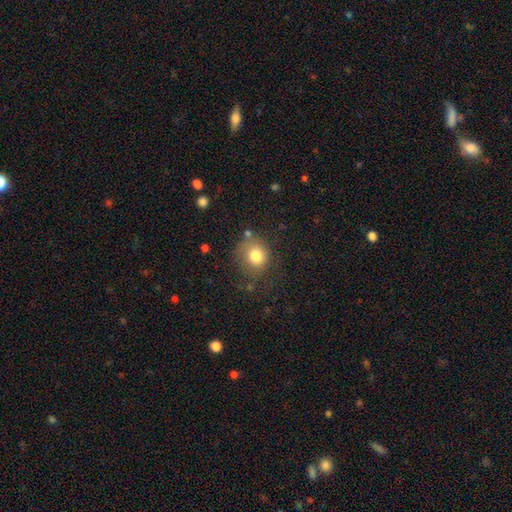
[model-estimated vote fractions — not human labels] The model was most divided on "merging": none: 68%, minor disturbance: 19%, major disturbance: 8%, merger: 5%. More confident: how rounded — round (80%); smooth or featured — smooth (79%).